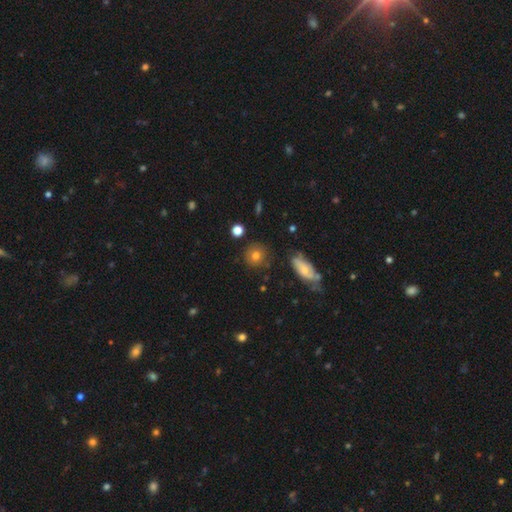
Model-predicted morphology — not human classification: A smooth galaxy with no disk features (71%) that is round (87%).

Vote fractions:
- Smooth or featured? smooth: 71% / featured or disk: 17% / star or artifact: 12%
- How rounded? round: 87% / in between: 11% / cigar-shaped: 2%
- Merging? none: 79% / minor disturbance: 13% / major disturbance: 4% / merger: 3%